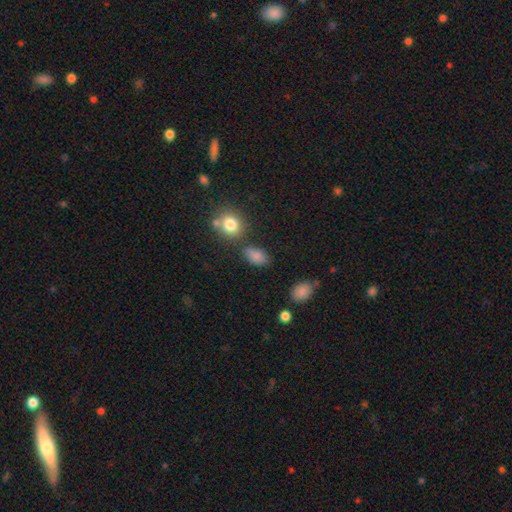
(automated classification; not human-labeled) This is clearly a smooth galaxy (82%). How rounded: clearly in between (85%). Merging: likely none (67%).